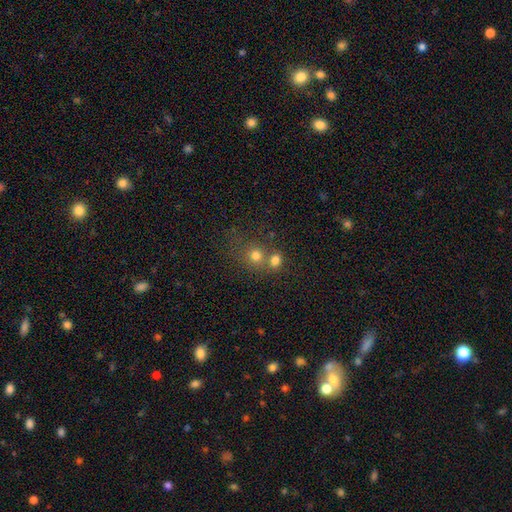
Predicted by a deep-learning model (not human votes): This appears to be a smooth galaxy with no disk features (74%) that is round (80%). Merging: none (46%).